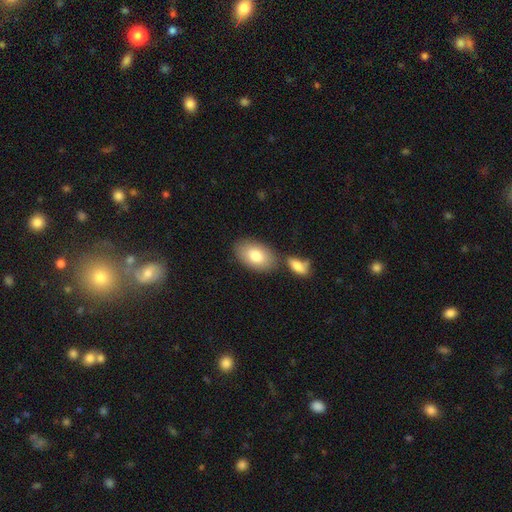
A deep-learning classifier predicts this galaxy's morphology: smooth_or_featured: smooth (p=0.80) [alt: featured or disk p=0.14]
how_rounded: in between (p=0.93) [alt: round p=0.06]
merging: none (p=0.70) [alt: merger p=0.16]